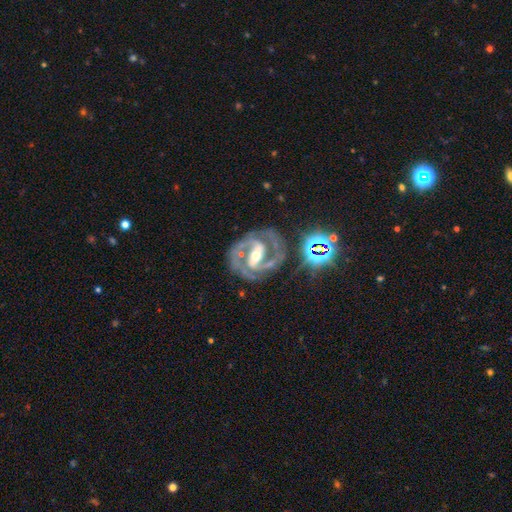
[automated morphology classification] Smooth or featured? featured or disk (90%)
Edge-on disk? no (97%)
Bar? strong (66%)
Spiral arms? yes (97%)
Spiral winding? medium (50%)
Spiral arm count? 2 (90%)
Bulge size? moderate (57%)
Merging? none (74%)